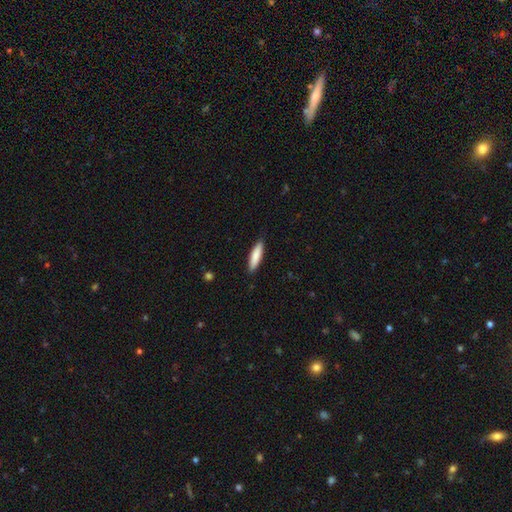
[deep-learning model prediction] smooth-or-featured: smooth: 84% | featured or disk: 11% | star or artifact: 5%
  how-rounded: cigar-shaped: 74% | in between: 25% | round: 1%
  merging: none: 88% | minor disturbance: 9% | major disturbance: 2% | merger: 1%